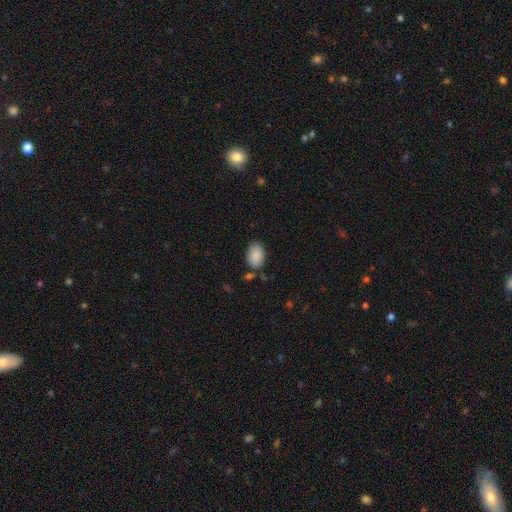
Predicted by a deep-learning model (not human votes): The model was most divided on "merging": none: 78%, minor disturbance: 14%, merger: 5%, major disturbance: 3%. More confident: how rounded — in between (89%); smooth or featured — smooth (89%).